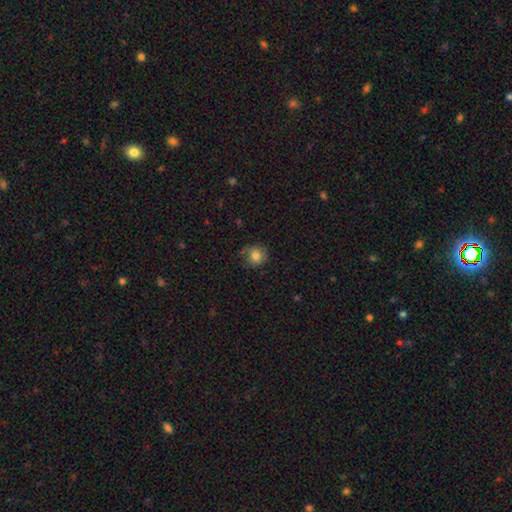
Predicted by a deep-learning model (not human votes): This is clearly a smooth galaxy (82%). How rounded: clearly round (87%). Merging: likely none (72%).